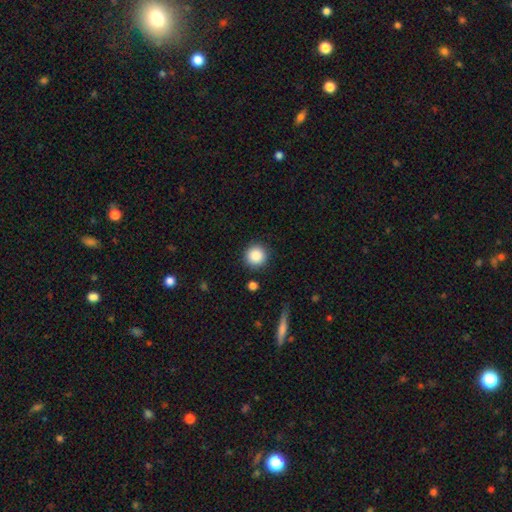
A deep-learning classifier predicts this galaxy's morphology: A smooth galaxy with no disk features (88%) that is round (95%).

Vote fractions:
- Smooth or featured? smooth: 88% / star or artifact: 9% / featured or disk: 3%
- How rounded? round: 95% / in between: 4% / cigar-shaped: 1%
- Merging? none: 89% / minor disturbance: 7% / major disturbance: 3% / merger: 2%